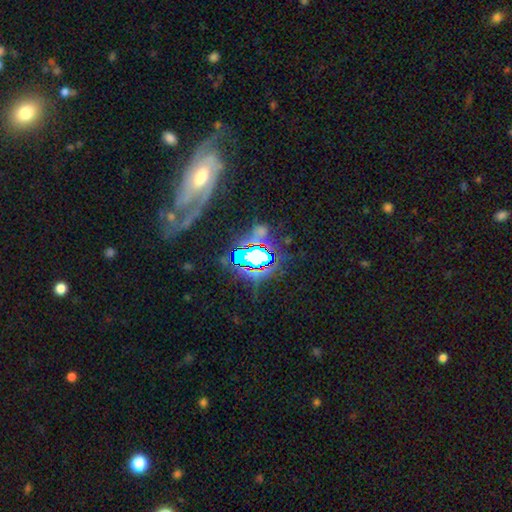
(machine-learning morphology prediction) The model was most divided on "smooth or featured": star or artifact: 70%, featured or disk: 15%, smooth: 15%.